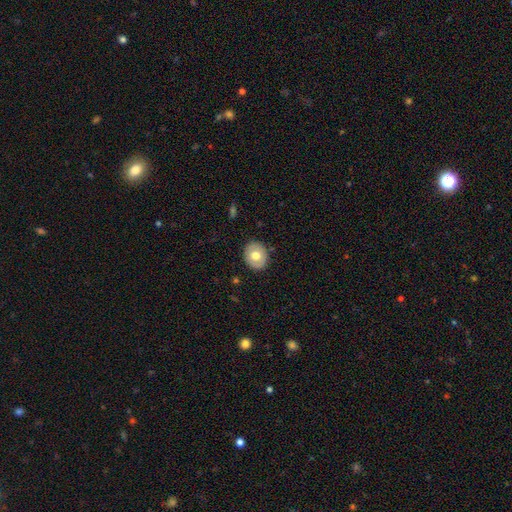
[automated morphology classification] Smooth or featured?
  - smooth: 66% *
  - featured or disk: 27%
  - star or artifact: 7%
How rounded?
  - round: 61% *
  - in between: 38%
  - cigar-shaped: 1%
Merging?
  - none: 88% *
  - minor disturbance: 9%
  - major disturbance: 2%
  - merger: 1%